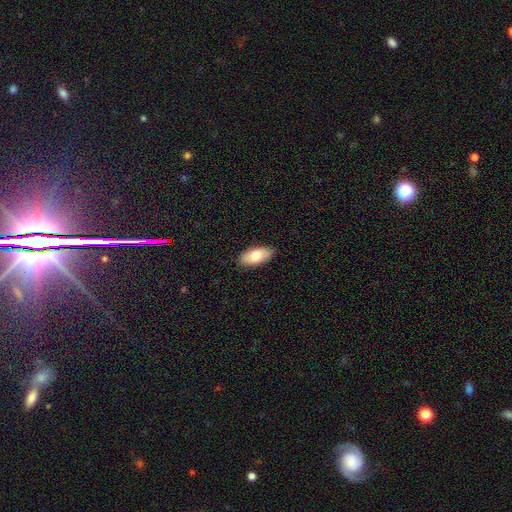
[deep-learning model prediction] Overall: smooth (79%). How rounded: in between (92%). Merging: none (87%).